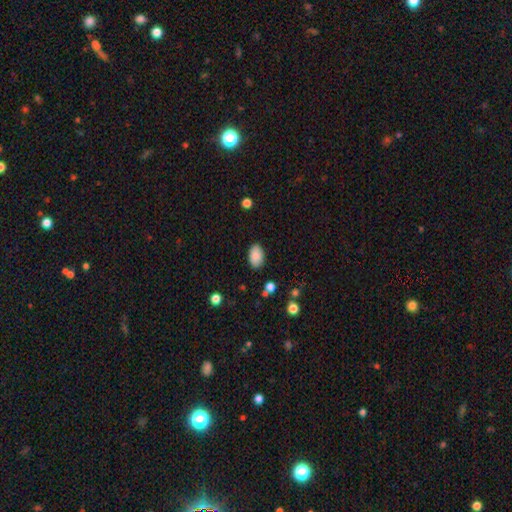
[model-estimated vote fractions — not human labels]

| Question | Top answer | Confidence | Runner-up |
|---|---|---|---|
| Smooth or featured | smooth | 88% | star or artifact (7%) |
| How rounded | in between | 90% | round (9%) |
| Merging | none | 86% | minor disturbance (10%) |